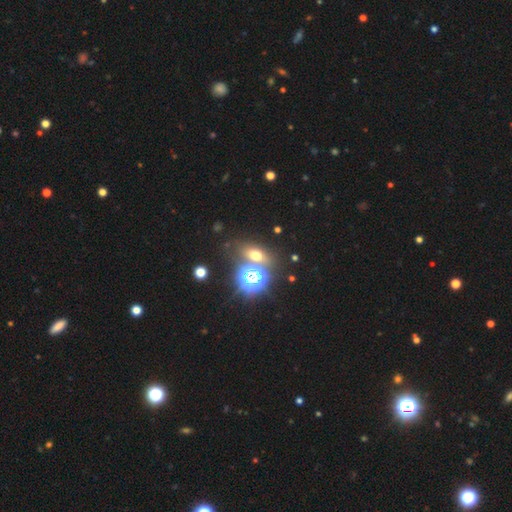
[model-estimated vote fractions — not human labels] Smooth or featured? Predicted: smooth (p=0.51). How rounded? Predicted: in between (p=0.56). Merging? Predicted: none (p=0.70).